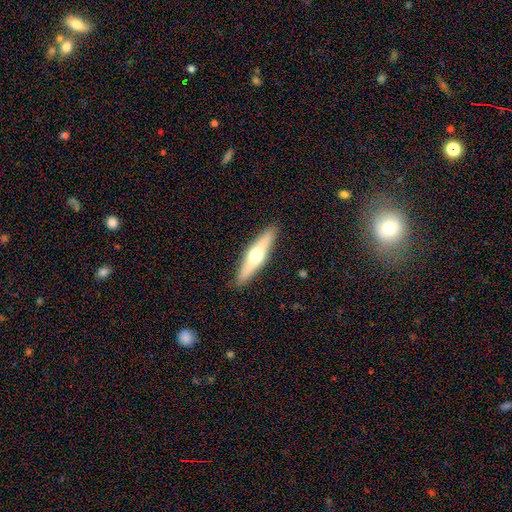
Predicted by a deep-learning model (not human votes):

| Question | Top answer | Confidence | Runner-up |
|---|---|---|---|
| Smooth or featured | featured or disk | 51% | smooth (44%) |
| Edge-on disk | yes | 89% | no (11%) |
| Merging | none | 89% | minor disturbance (8%) |